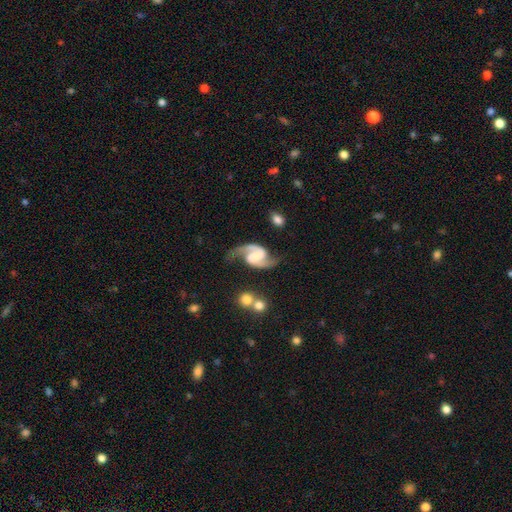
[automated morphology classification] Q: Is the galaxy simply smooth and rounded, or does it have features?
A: featured or disk — 93%.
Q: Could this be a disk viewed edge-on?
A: no — 98%.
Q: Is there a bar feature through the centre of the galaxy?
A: weak — 43%.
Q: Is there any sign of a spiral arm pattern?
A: yes — 98%.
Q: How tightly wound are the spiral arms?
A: medium — 54%.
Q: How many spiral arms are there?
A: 2 — 95%.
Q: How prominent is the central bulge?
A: none — 39%.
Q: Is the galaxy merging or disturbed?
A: none — 75%.